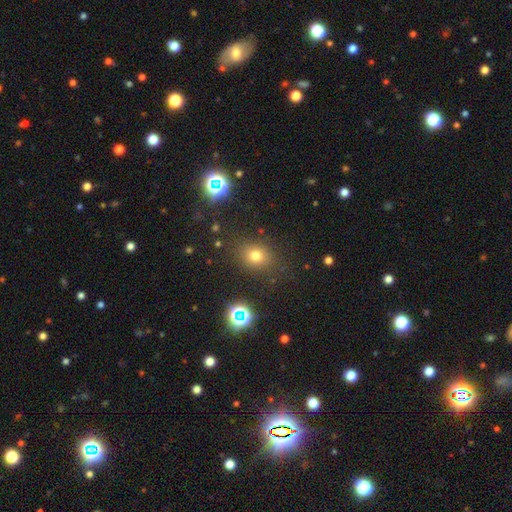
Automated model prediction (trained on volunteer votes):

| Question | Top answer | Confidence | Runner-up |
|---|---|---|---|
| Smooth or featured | smooth | 71% | star or artifact (20%) |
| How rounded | round | 59% | in between (40%) |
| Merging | none | 82% | minor disturbance (10%) |